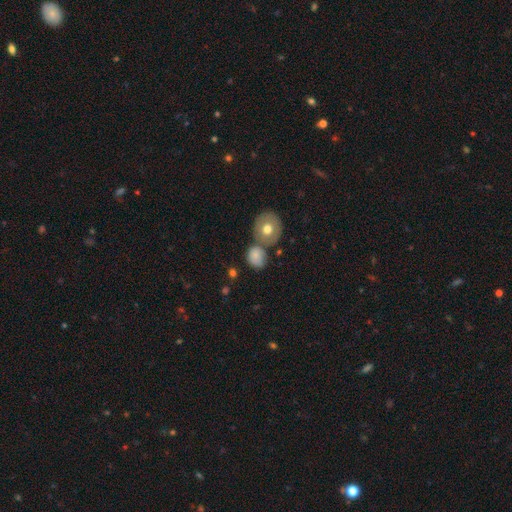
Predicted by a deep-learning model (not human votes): Overall: smooth (76%). How rounded: round (63%; in between 36%). Merging: none (49%; merger 26%).